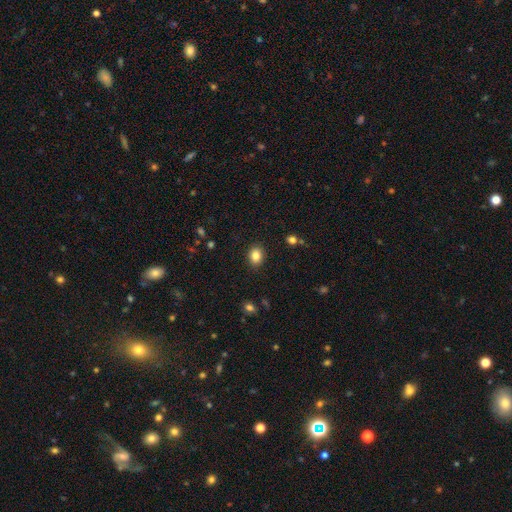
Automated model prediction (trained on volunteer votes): The model was most divided on "how rounded": in between: 53%, round: 46%, cigar-shaped: 1%. More confident: merging — none (88%); smooth or featured — smooth (84%).